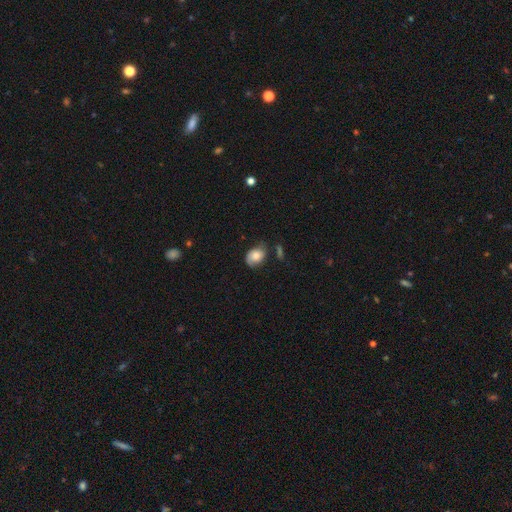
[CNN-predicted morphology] Overall: smooth (61%; featured or disk 31%). How rounded: in between (66%; round 33%). Merging: none (54%; minor disturbance 30%).